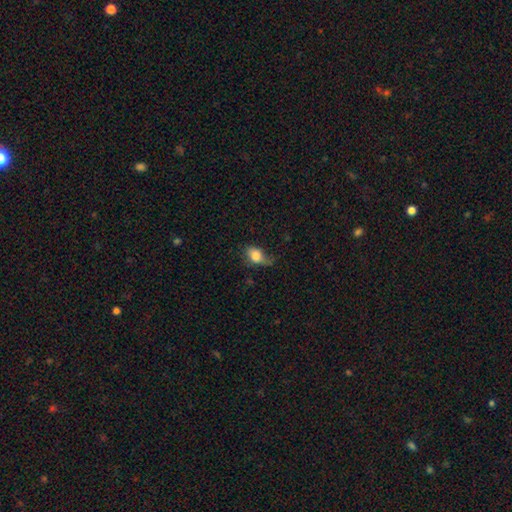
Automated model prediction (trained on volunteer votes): Smooth or featured: smooth — 81% (featured or disk — 11%)
How rounded: in between — 70% (round — 28%)
Merging: none — 44% (minor disturbance — 37%)